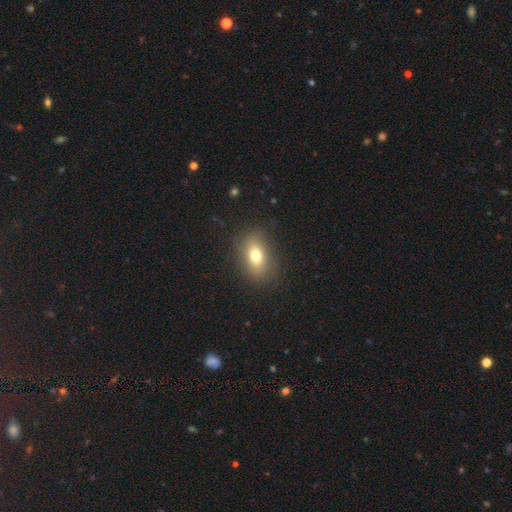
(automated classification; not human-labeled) Smooth or featured?
  - smooth: 75% *
  - featured or disk: 14%
  - star or artifact: 11%
How rounded?
  - in between: 79% *
  - round: 15%
  - cigar-shaped: 5%
Merging?
  - none: 84% *
  - minor disturbance: 10%
  - major disturbance: 4%
  - merger: 1%